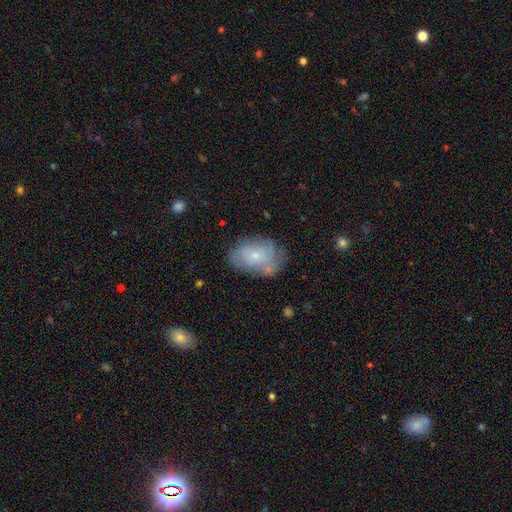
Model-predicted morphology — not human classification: Smooth or featured? smooth (53%)
How rounded? in between (80%)
Merging? none (57%)